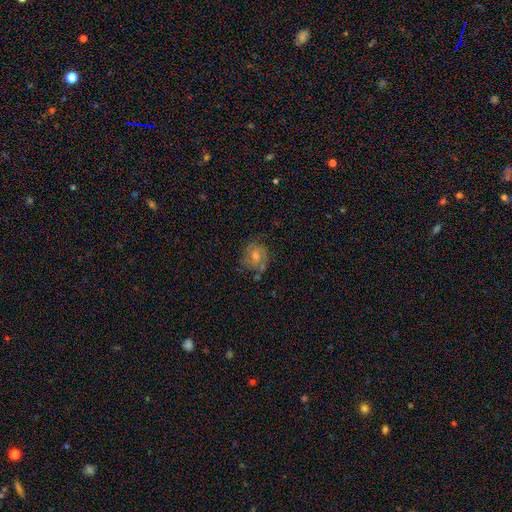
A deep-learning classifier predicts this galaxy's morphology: A featured or disk galaxy (52%). Merging: none (73%).